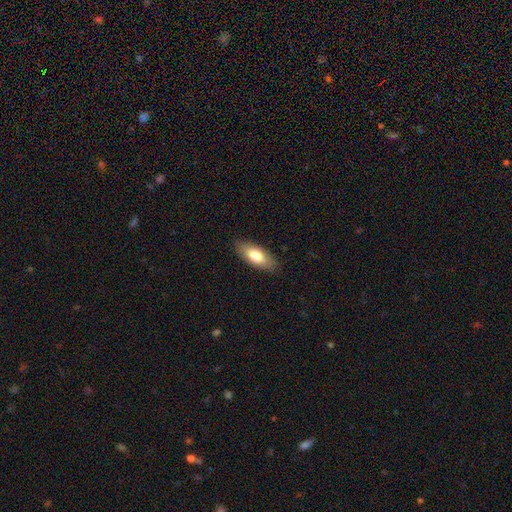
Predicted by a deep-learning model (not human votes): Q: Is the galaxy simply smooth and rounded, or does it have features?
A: smooth — 76%.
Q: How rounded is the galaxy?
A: in between — 80%.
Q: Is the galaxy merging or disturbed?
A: none — 88%.